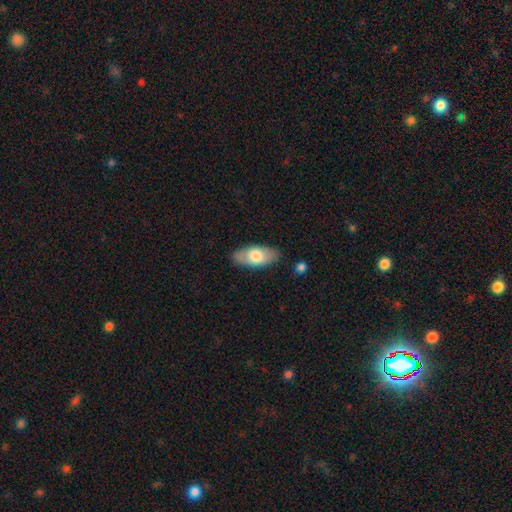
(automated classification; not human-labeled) Smooth or featured?
  - smooth: 68% *
  - featured or disk: 26%
  - star or artifact: 6%
How rounded?
  - in between: 89% *
  - cigar-shaped: 8%
  - round: 3%
Merging?
  - none: 84% *
  - minor disturbance: 12%
  - major disturbance: 3%
  - merger: 2%